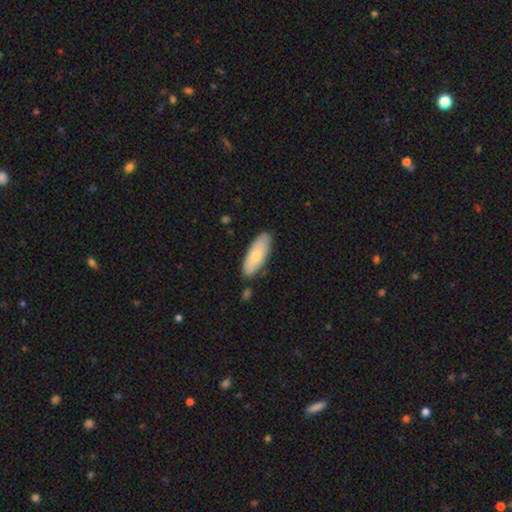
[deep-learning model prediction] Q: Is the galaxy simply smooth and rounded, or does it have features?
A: smooth — 73%.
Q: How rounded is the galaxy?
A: in between — 74%.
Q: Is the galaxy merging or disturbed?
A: none — 80%.